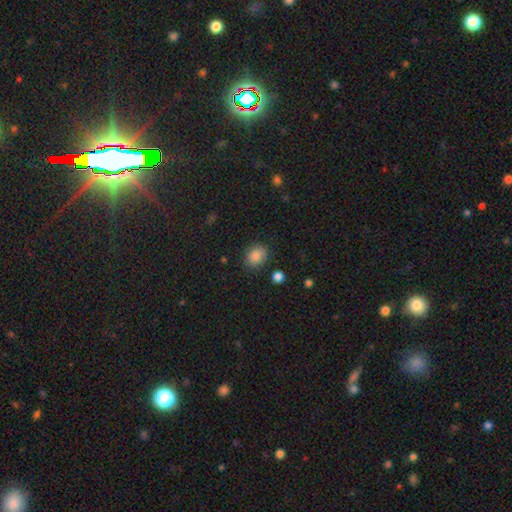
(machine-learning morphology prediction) smooth-or-featured: smooth: 86% | star or artifact: 10% | featured or disk: 4%
  how-rounded: round: 51% | in between: 48% | cigar-shaped: 1%
  merging: none: 83% | minor disturbance: 12% | major disturbance: 3% | merger: 2%